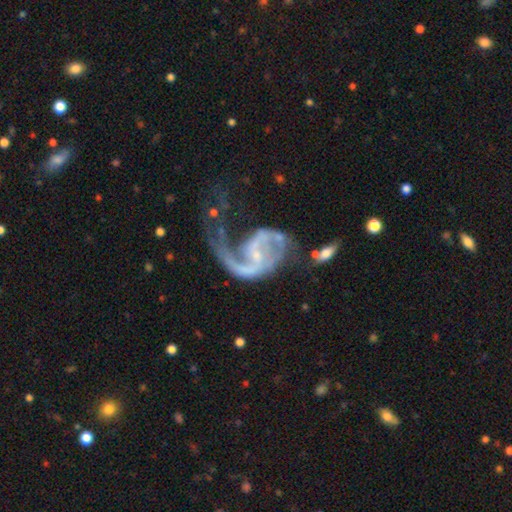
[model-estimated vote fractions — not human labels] A featured or disk galaxy (88%) with a weak bar (45%), 2 (62%) loose (56%) spiral arms (93%) and a small central bulge (64%).

Vote fractions:
- Smooth or featured? featured or disk: 88% / star or artifact: 6% / smooth: 6%
- Edge-on disk? no: 98% / yes: 2%
- Bar? weak: 45% / no: 35% / strong: 21%
- Spiral arms? yes: 93% / no: 7%
- Spiral winding? loose: 56% / medium: 34% / tight: 10%
- Spiral arm count? 2: 62% / 1: 29% / can't tell: 4% / 3: 2% / 4: 1% / more than 4: 1%
- Bulge size? small: 64% / none: 18% / moderate: 15% / large: 2% / dominant: 1%
- Merging? major disturbance: 45% / none: 30% / minor disturbance: 16% / merger: 9%